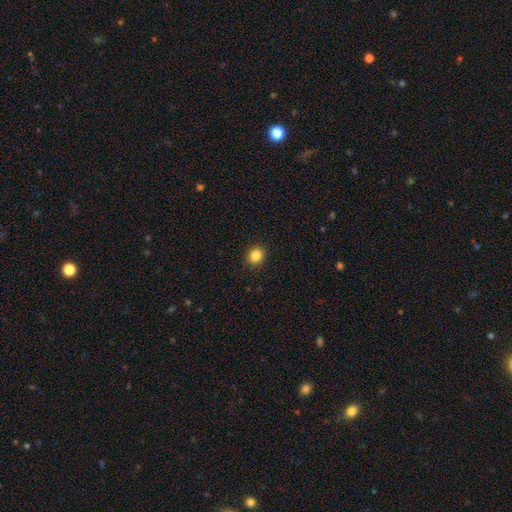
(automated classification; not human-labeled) This appears to be a smooth galaxy with no disk features (85%) that is round (83%). Merging: none (91%).